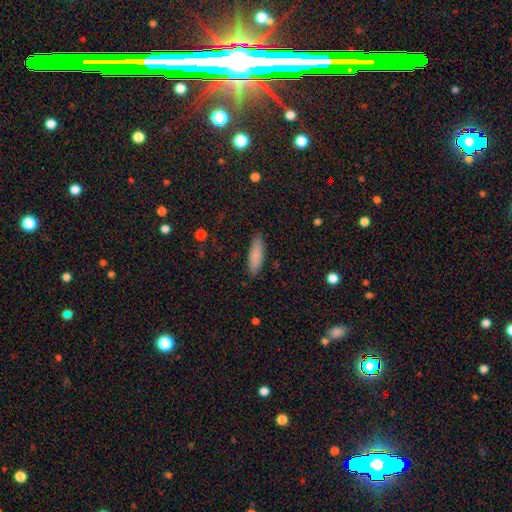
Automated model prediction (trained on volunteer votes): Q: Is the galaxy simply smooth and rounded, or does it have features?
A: smooth — 85%.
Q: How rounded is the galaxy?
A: in between — 52%.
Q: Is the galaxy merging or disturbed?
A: none — 87%.